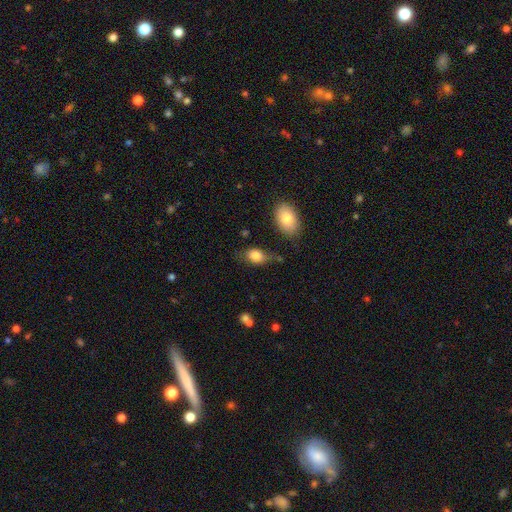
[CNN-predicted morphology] Smooth or featured: smooth — 82% (featured or disk — 9%)
How rounded: in between — 81% (round — 16%)
Merging: none — 56% (minor disturbance — 27%)